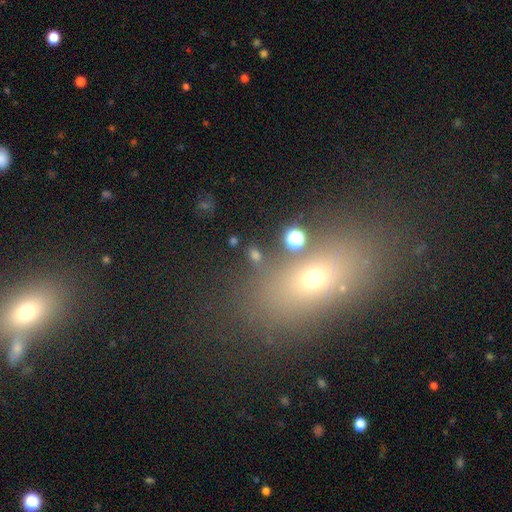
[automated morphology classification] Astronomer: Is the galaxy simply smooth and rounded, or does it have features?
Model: smooth — 57%.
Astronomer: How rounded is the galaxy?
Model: in between — 69%.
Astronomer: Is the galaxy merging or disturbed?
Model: none — 74%.